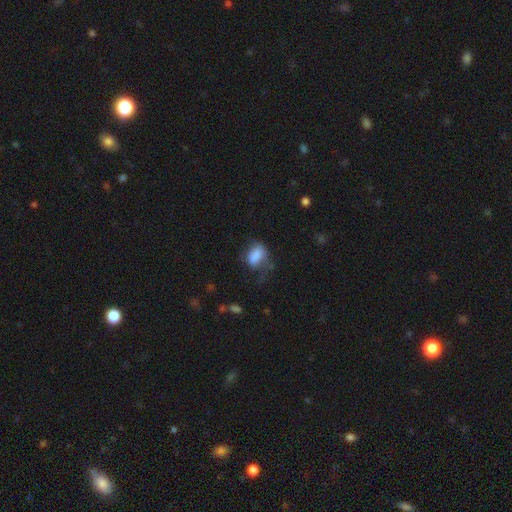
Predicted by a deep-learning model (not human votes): A smooth galaxy with no disk features (80%) that is in between round and cigar-shaped (83%). Merging: none (37%).